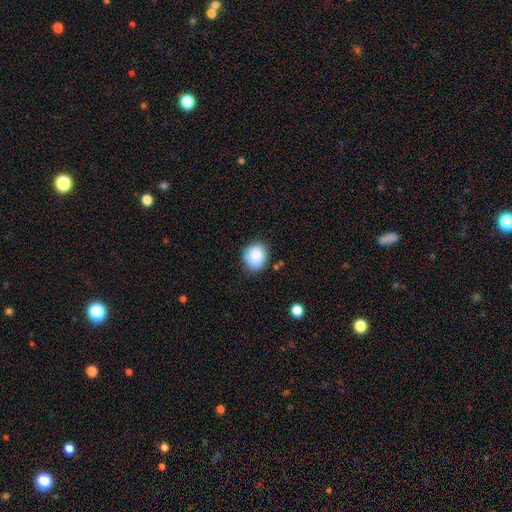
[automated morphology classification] Smooth or featured?
  - smooth: 85% *
  - star or artifact: 8%
  - featured or disk: 7%
How rounded?
  - round: 54% *
  - in between: 45%
  - cigar-shaped: 1%
Merging?
  - none: 79% *
  - minor disturbance: 16%
  - major disturbance: 3%
  - merger: 2%